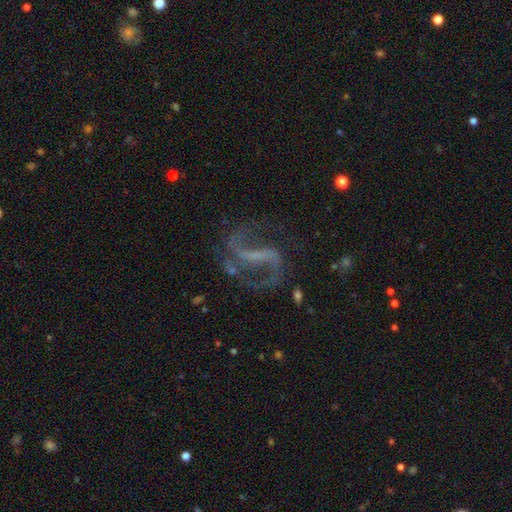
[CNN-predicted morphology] Smooth or featured?
  - featured or disk: 88% *
  - star or artifact: 8%
  - smooth: 4%
Edge-on disk?
  - no: 97% *
  - yes: 3%
Bar?
  - strong: 57% *
  - weak: 32%
  - no: 11%
Spiral arms?
  - yes: 96% *
  - no: 4%
Spiral winding?
  - loose: 48% *
  - medium: 43%
  - tight: 9%
Spiral arm count?
  - 2: 92% *
  - can't tell: 2%
  - 1: 2%
  - 3: 1%
  - 4: 1%
  - more than 4: 1%
Bulge size?
  - none: 55% *
  - small: 34%
  - moderate: 9%
  - large: 2%
  - dominant: 1%
Merging?
  - none: 72% *
  - minor disturbance: 13%
  - major disturbance: 12%
  - merger: 3%